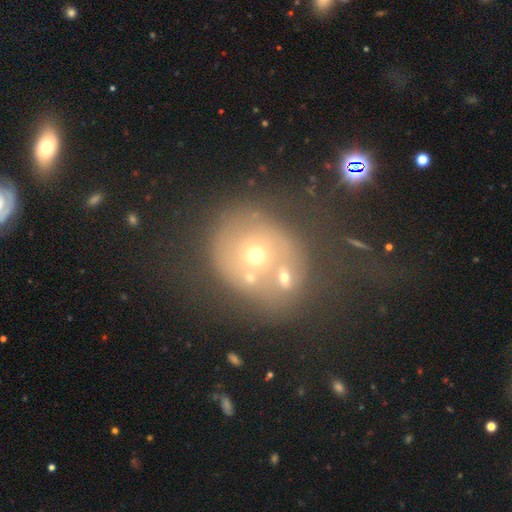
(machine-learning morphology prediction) type=smooth (44%); merging=merger (42%).